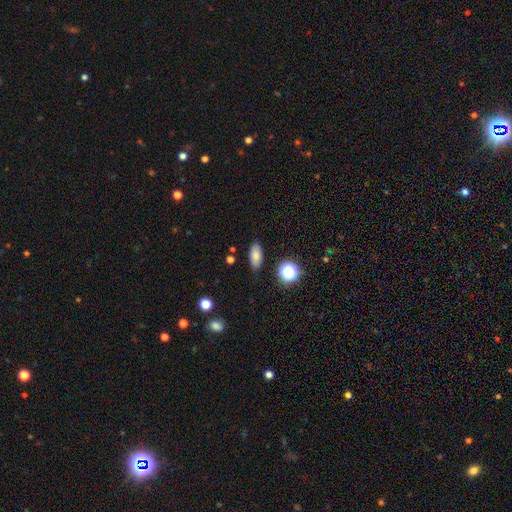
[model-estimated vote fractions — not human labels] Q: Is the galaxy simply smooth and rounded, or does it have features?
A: smooth — 79%.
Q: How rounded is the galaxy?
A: in between — 82%.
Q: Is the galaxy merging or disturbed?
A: none — 85%.